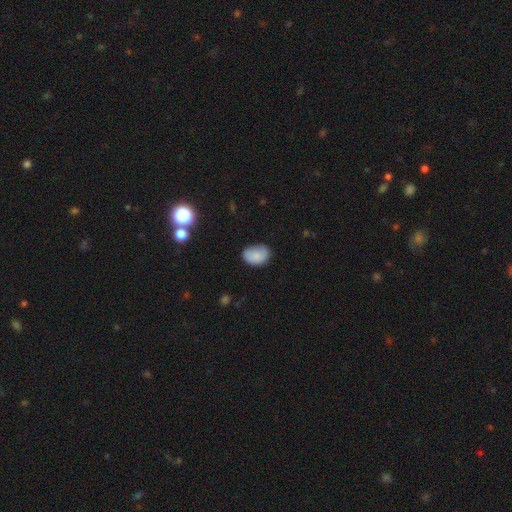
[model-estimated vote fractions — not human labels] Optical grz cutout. It shows a smooth galaxy with no disk features (81%) that is in between round and cigar-shaped (78%). Merging: none (66%).